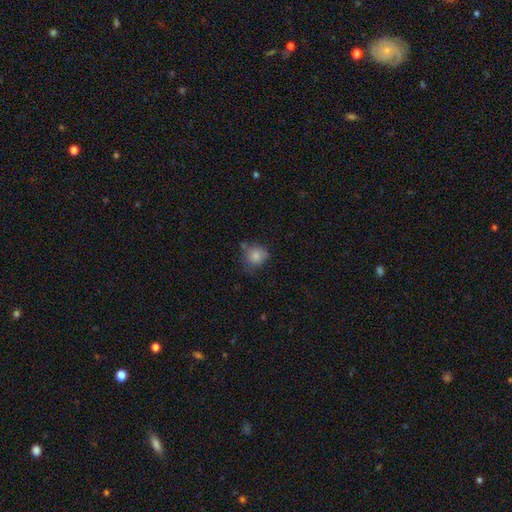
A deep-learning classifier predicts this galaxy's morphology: smooth 83%, star or artifact 10%, featured or disk 7%. Down the decision tree: how rounded — round (80%); merging — none (63%).